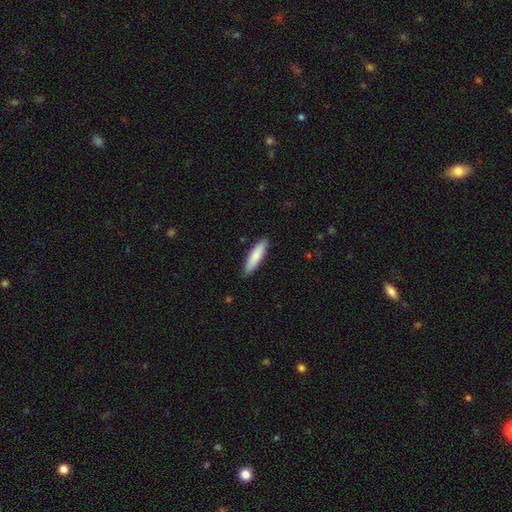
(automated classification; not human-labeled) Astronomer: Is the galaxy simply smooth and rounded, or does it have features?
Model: smooth — 83%.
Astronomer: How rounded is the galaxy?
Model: cigar-shaped — 67%.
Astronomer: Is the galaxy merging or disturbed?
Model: none — 88%.